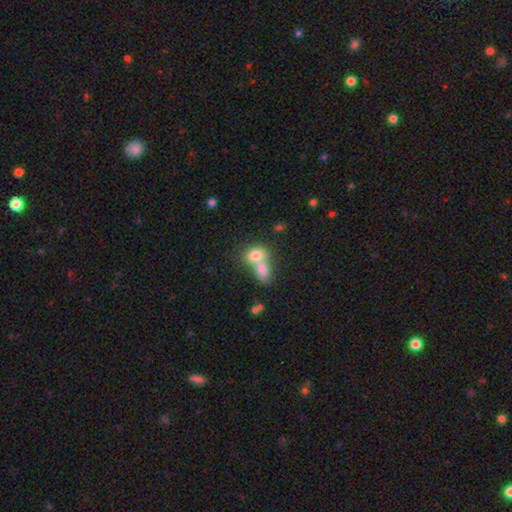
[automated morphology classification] type=smooth (78%); roundness=in between (74%); merging=merger (67%).